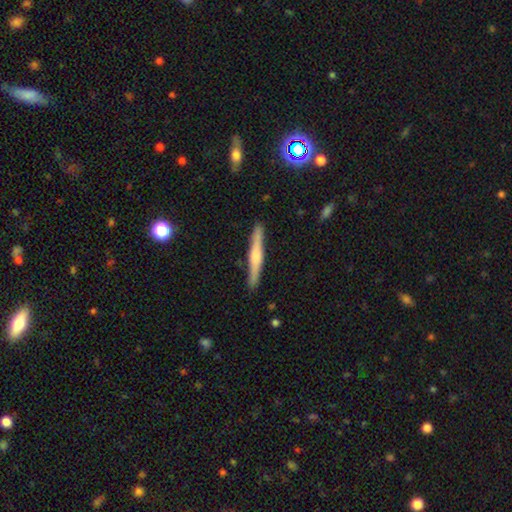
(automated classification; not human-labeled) smooth_or_featured: featured or disk (p=0.58) [alt: smooth p=0.36]
disk_edge_on: yes (p=0.97) [alt: no p=0.03]
edge_on_bulge: rounded (p=0.62) [alt: boxy p=0.21]
merging: none (p=0.90) [alt: minor disturbance p=0.07]